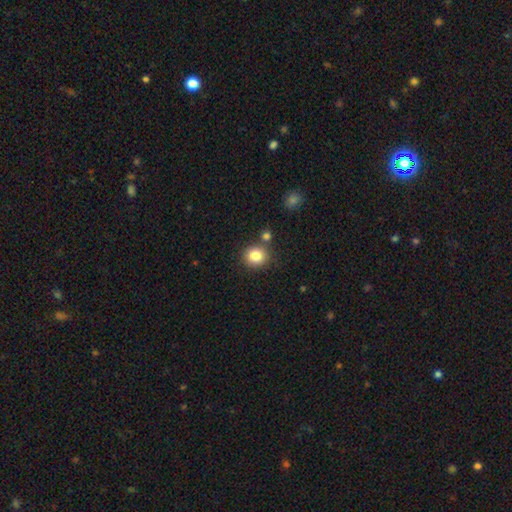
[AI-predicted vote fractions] Smooth or featured? Predicted: smooth (p=0.84). How rounded? Predicted: round (p=0.84). Merging? Predicted: none (p=0.76).